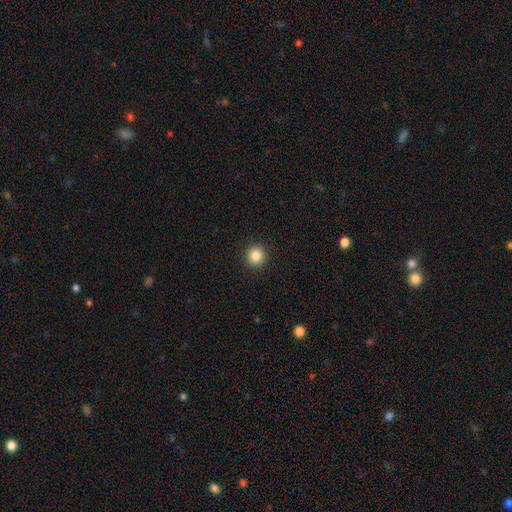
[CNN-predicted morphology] A smooth galaxy with no disk features (85%) that is round (93%). Merging: none (93%).